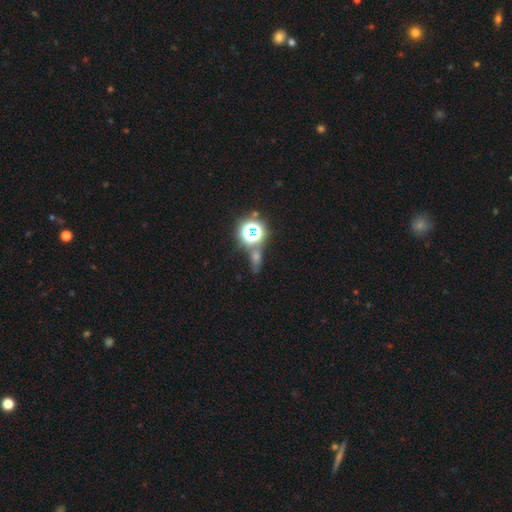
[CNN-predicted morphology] type=star or artifact (60%).